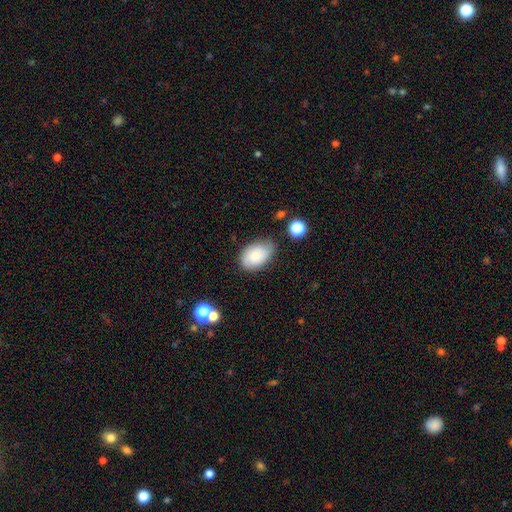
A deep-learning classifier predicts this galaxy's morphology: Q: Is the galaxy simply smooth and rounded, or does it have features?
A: smooth — 70%.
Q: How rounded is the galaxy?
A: in between — 88%.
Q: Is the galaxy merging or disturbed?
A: none — 67%.